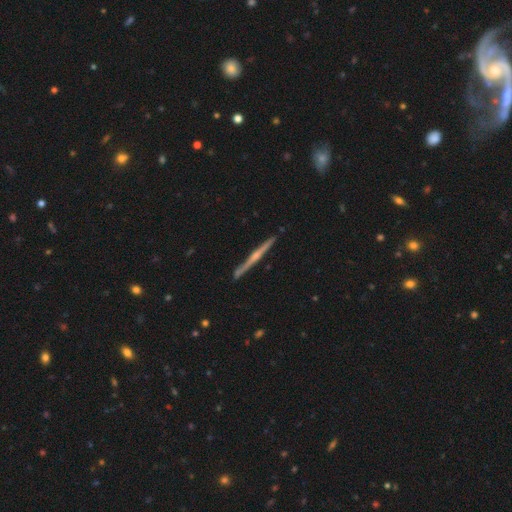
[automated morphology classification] type=featured or disk (77%); edge-on=yes (98%); edge-on bulge=rounded (65%); merging=none (91%).